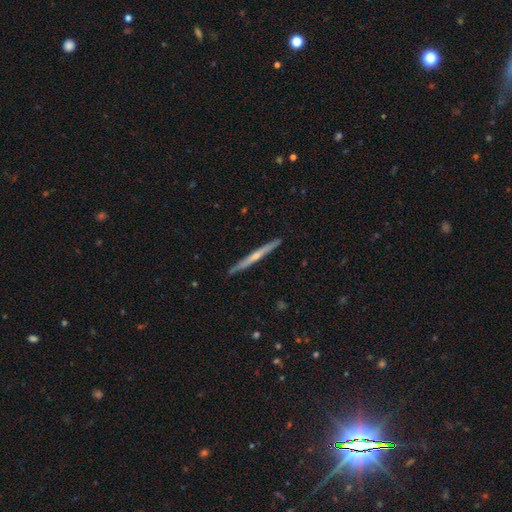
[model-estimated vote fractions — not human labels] A featured or disk galaxy (67%) viewed edge-on (98%) with a rounded central bulge (58%). Merging: none (91%).